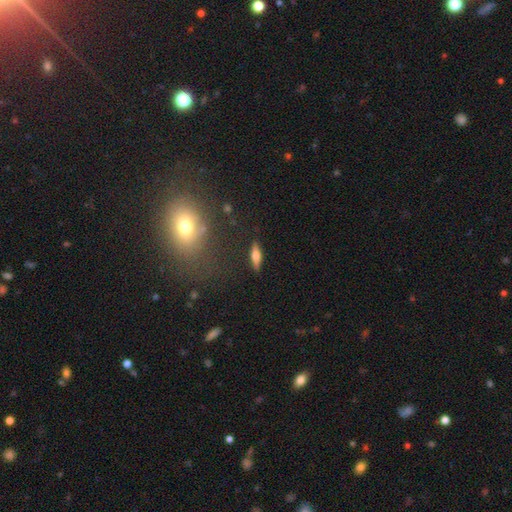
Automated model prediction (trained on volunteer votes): Smooth or featured? smooth (55%)
How rounded? cigar-shaped (53%)
Merging? none (87%)